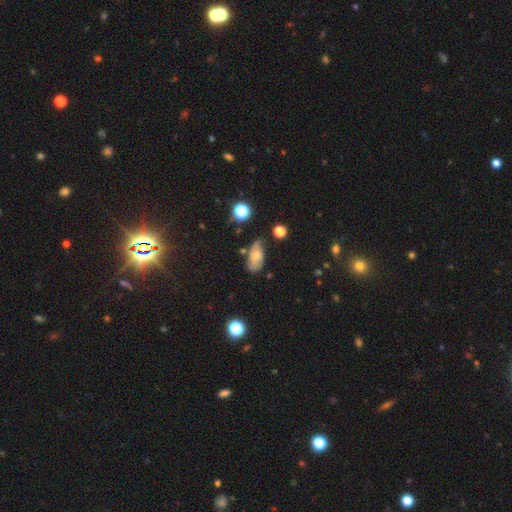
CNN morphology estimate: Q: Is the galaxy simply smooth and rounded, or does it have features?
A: smooth — 57%.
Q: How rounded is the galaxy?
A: in between — 89%.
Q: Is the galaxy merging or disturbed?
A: none — 54%.